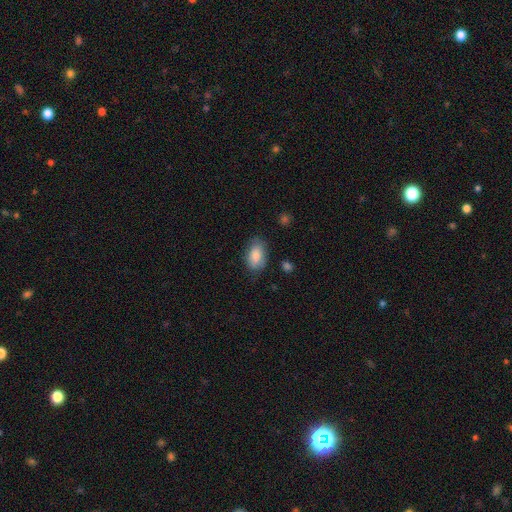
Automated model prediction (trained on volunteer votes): Q: Smooth or featured?
A: smooth (85%); runner-up: featured or disk (8%)
Q: How rounded?
A: in between (93%); runner-up: round (5%)
Q: Merging?
A: none (74%); runner-up: minor disturbance (20%)